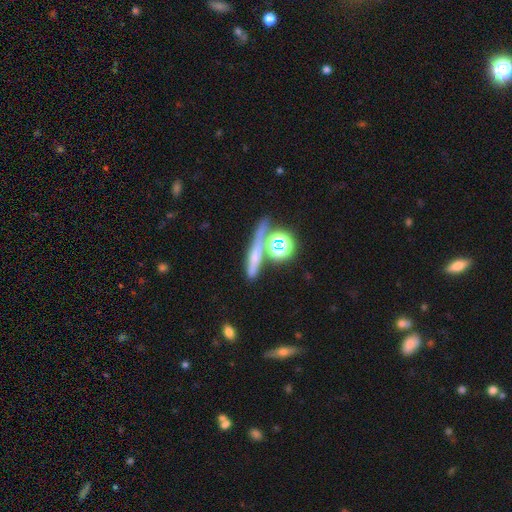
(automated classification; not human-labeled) A smooth galaxy with no disk features (39%).

Vote fractions:
- Smooth or featured? smooth: 39% / star or artifact: 33% / featured or disk: 28%
- Merging? none: 68% / merger: 18% / minor disturbance: 9% / major disturbance: 5%